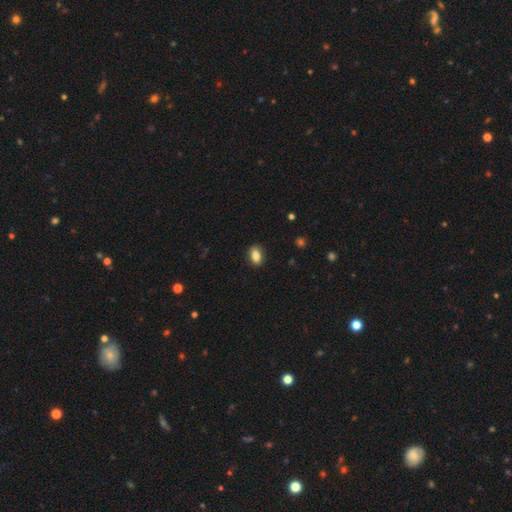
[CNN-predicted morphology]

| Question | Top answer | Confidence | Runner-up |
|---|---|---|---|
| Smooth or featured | smooth | 86% | star or artifact (8%) |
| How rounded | in between | 87% | round (10%) |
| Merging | none | 88% | minor disturbance (9%) |